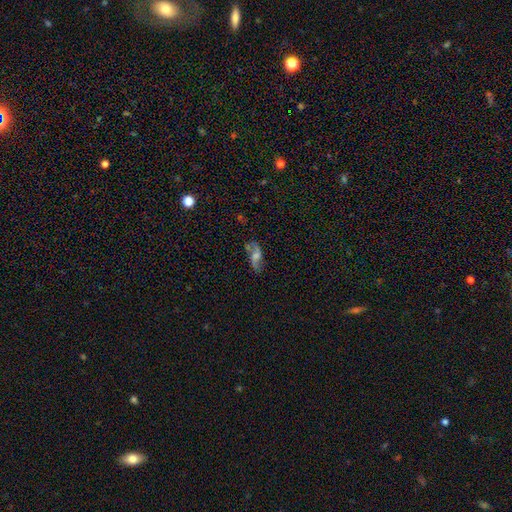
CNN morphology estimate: smooth_or_featured: featured or disk (p=0.68) [alt: smooth p=0.21]
disk_edge_on: no (p=0.90) [alt: yes p=0.10]
bar: no (p=0.50) [alt: weak p=0.39]
has_spiral_arms: yes (p=0.89) [alt: no p=0.11]
spiral_winding: loose (p=0.63) [alt: medium p=0.28]
spiral_arm_count: 2 (p=0.88) [alt: can't tell p=0.06]
bulge_size: moderate (p=0.51) [alt: small p=0.29]
merging: none (p=0.71) [alt: minor disturbance p=0.17]